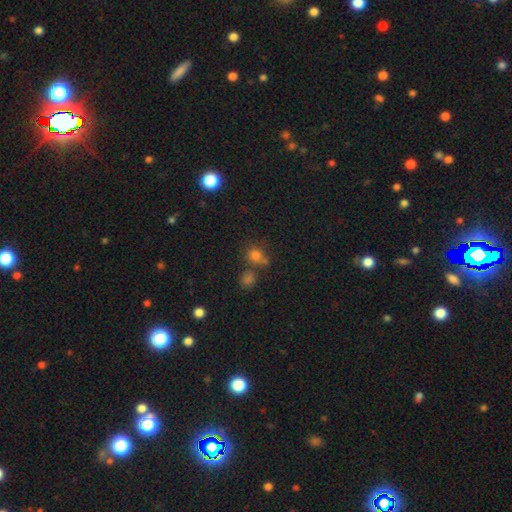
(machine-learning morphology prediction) Q: Smooth or featured?
A: smooth (70%); runner-up: star or artifact (22%)
Q: How rounded?
A: round (78%); runner-up: in between (21%)
Q: Merging?
A: none (56%); runner-up: merger (25%)